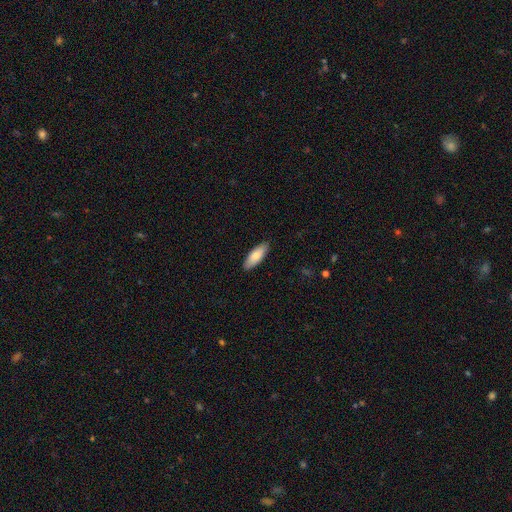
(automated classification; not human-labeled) smooth 84%, featured or disk 11%, star or artifact 5%. Down the decision tree: how rounded — in between (69%); merging — none (88%).